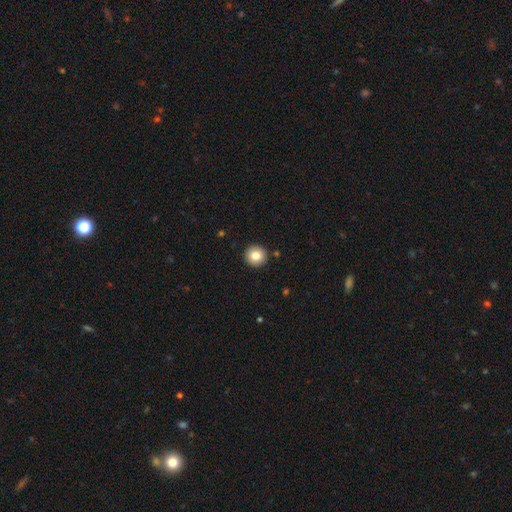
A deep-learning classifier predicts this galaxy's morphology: This appears to be a smooth galaxy with no disk features (82%) that is round (95%). Merging: none (92%).